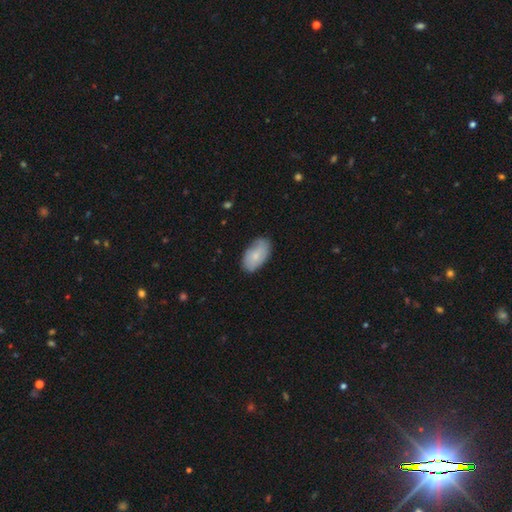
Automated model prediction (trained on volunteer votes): A smooth galaxy with no disk features (71%) that is in between round and cigar-shaped (94%).

Vote fractions:
- Smooth or featured? smooth: 71% / featured or disk: 23% / star or artifact: 6%
- How rounded? in between: 94% / round: 4% / cigar-shaped: 2%
- Merging? none: 76% / minor disturbance: 20% / major disturbance: 4% / merger: 1%